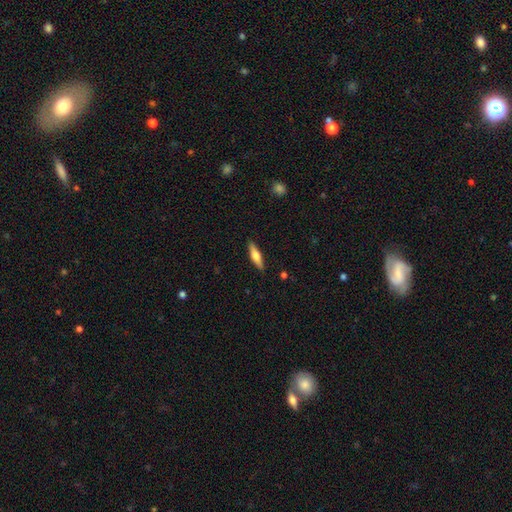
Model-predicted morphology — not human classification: Smooth or featured? Predicted: smooth (p=0.52). How rounded? Predicted: cigar-shaped (p=0.70). Merging? Predicted: none (p=0.90).